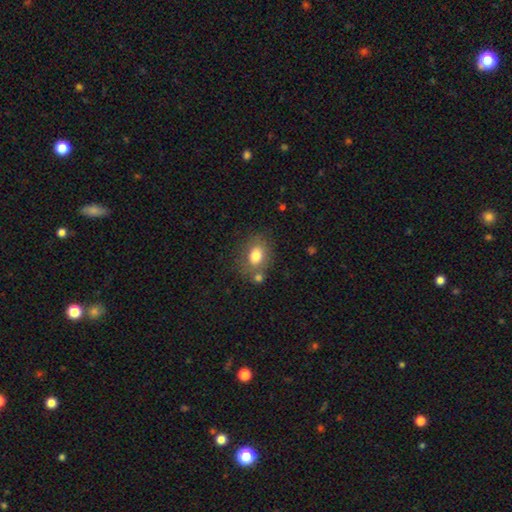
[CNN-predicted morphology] smooth-or-featured: smooth: 78% | featured or disk: 12% | star or artifact: 9%
  how-rounded: in between: 63% | round: 36% | cigar-shaped: 1%
  merging: none: 63% | merger: 16% | minor disturbance: 16% | major disturbance: 6%